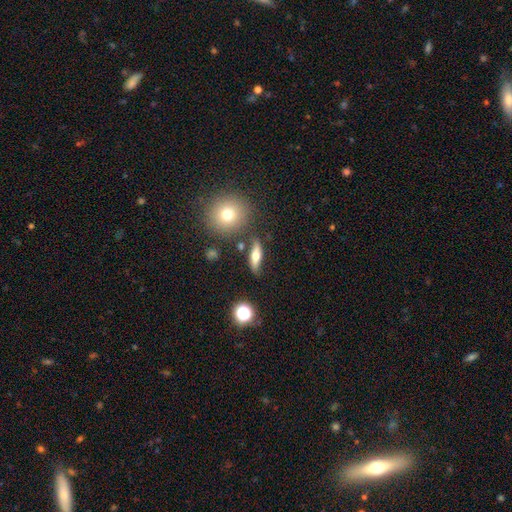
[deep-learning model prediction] Smooth or featured? Predicted: smooth (p=0.48). Merging? Predicted: none (p=0.78).